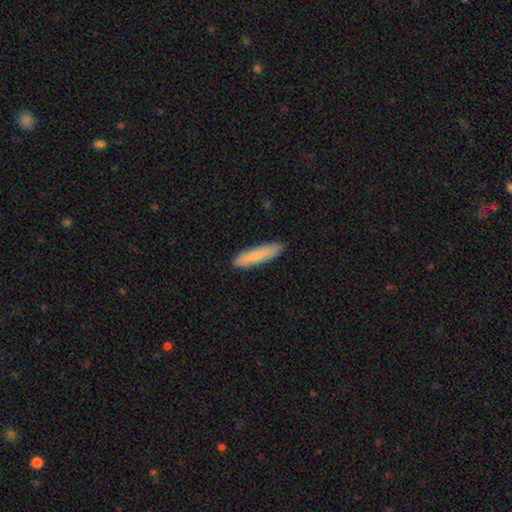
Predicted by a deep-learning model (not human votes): smooth-or-featured: smooth: 83% | featured or disk: 12% | star or artifact: 5%
  how-rounded: cigar-shaped: 83% | in between: 16% | round: 1%
  merging: none: 89% | minor disturbance: 9% | major disturbance: 2% | merger: 1%